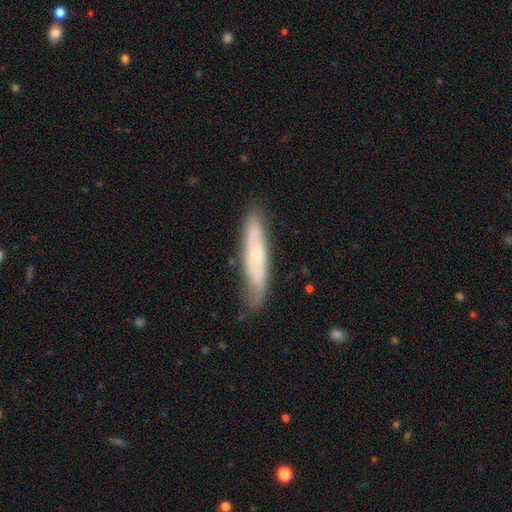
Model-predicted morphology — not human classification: Smooth or featured? featured or disk (59%)
Edge-on disk? no (55%)
Merging? none (73%)